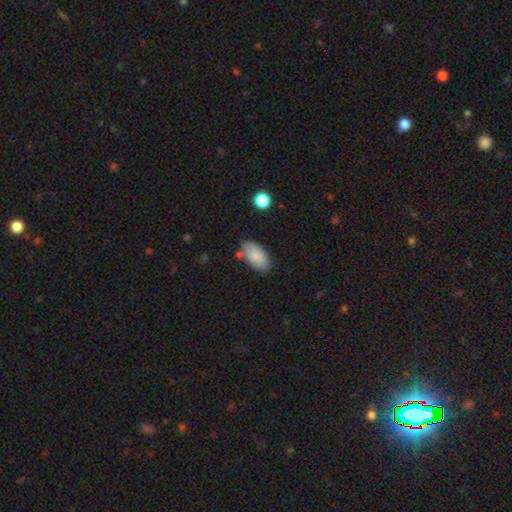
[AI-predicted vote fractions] Smooth or featured? Predicted: smooth (p=0.86). How rounded? Predicted: in between (p=0.94). Merging? Predicted: none (p=0.76).